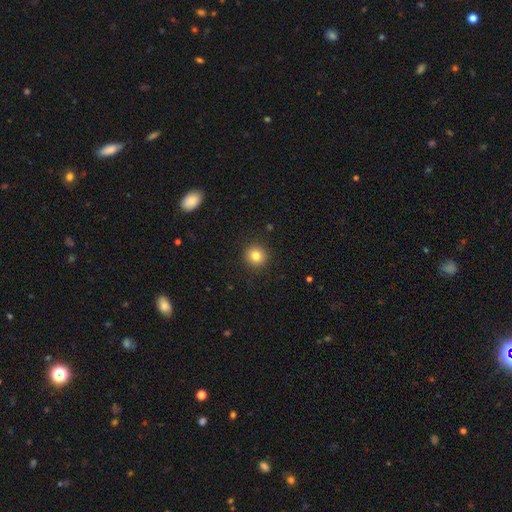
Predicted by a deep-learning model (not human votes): Smooth or featured? smooth (82%)
How rounded? round (93%)
Merging? none (92%)